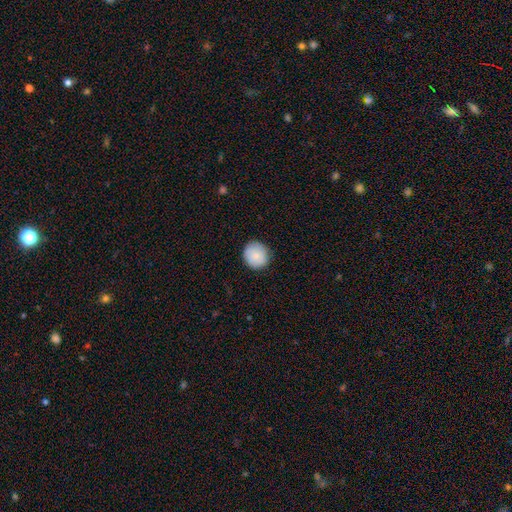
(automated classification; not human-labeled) Smooth or featured? Predicted: smooth (p=0.83). How rounded? Predicted: round (p=0.90). Merging? Predicted: none (p=0.87).